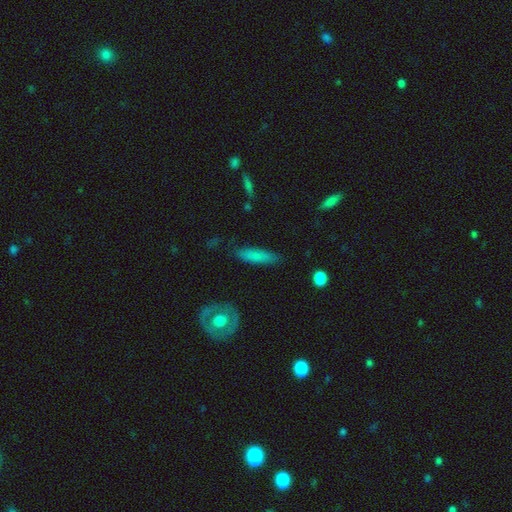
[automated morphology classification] Overall: smooth (75%). How rounded: cigar-shaped (74%). Merging: none (83%).